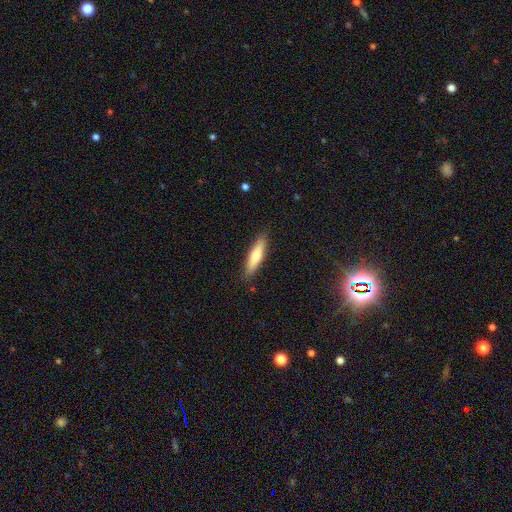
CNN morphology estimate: A smooth galaxy with no disk features (67%) that is cigar-shaped (72%).

Vote fractions:
- Smooth or featured? smooth: 67% / featured or disk: 27% / star or artifact: 6%
- How rounded? cigar-shaped: 72% / in between: 26% / round: 2%
- Merging? none: 87% / minor disturbance: 10% / major disturbance: 2% / merger: 1%